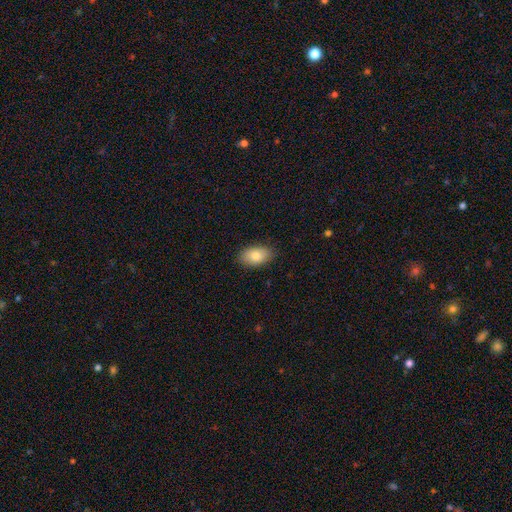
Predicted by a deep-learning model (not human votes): Smooth or featured: smooth — 83% (featured or disk — 10%)
How rounded: in between — 93% (round — 5%)
Merging: none — 87% (minor disturbance — 10%)